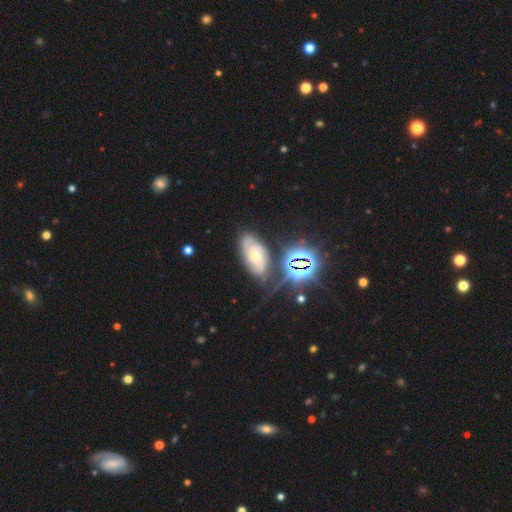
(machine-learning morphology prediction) A featured or disk galaxy (74%) with no bar (70%), 2 (32%) tight (66%) spiral arms (95%) and a small central bulge (57%). Merging: none (67%).